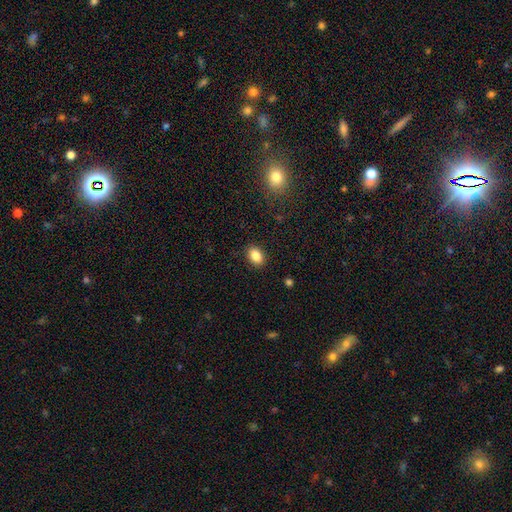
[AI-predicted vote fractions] Smooth or featured: smooth — 86% (star or artifact — 9%)
How rounded: in between — 81% (round — 17%)
Merging: none — 89% (minor disturbance — 8%)